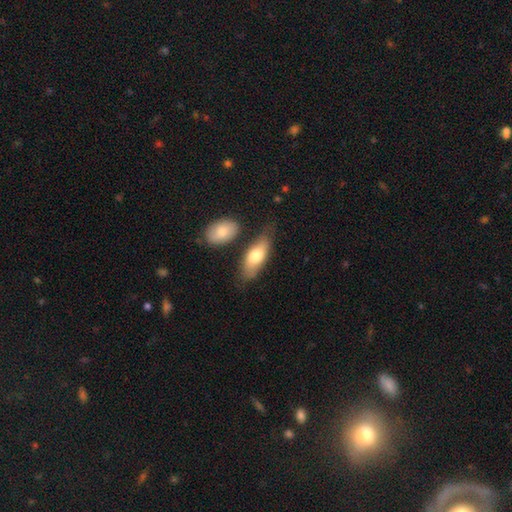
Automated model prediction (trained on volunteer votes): Morphology: type=smooth (71%); roundness=in between (79%); merging=none (65%).